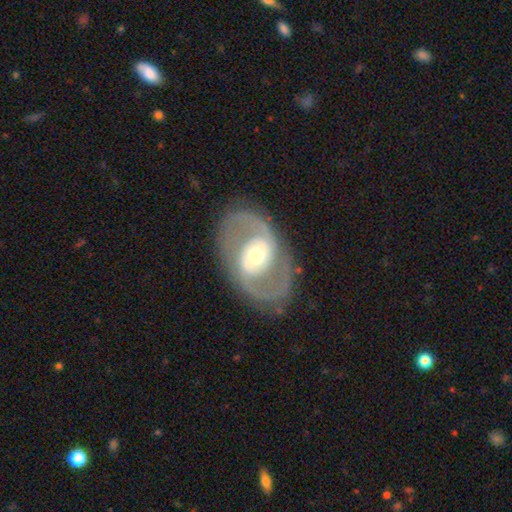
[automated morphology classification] This appears to be a featured or disk galaxy (84%) with no bar (46%), 2 (89%) medium (52%) spiral arms (84%) and a moderate central bulge (61%). Merging: none (81%).